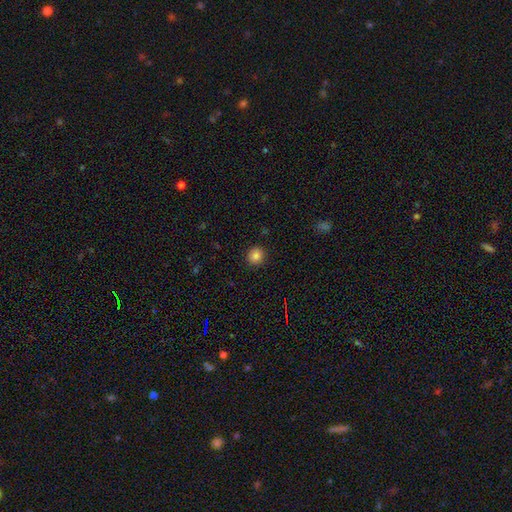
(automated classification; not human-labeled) Overall: smooth (84%). How rounded: round (89%). Merging: none (91%).